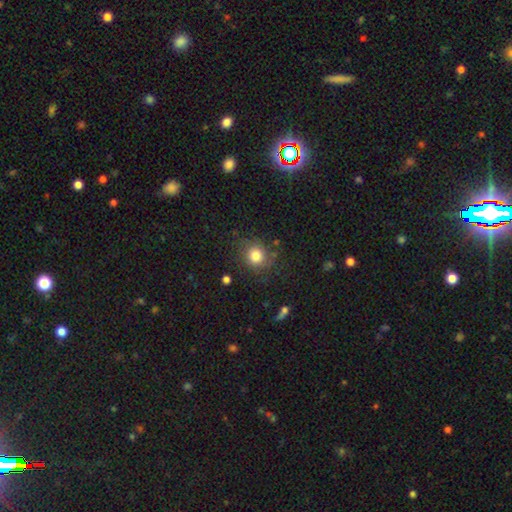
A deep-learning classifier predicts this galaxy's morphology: Smooth or featured? Predicted: smooth (p=0.80). How rounded? Predicted: round (p=0.83). Merging? Predicted: none (p=0.77).